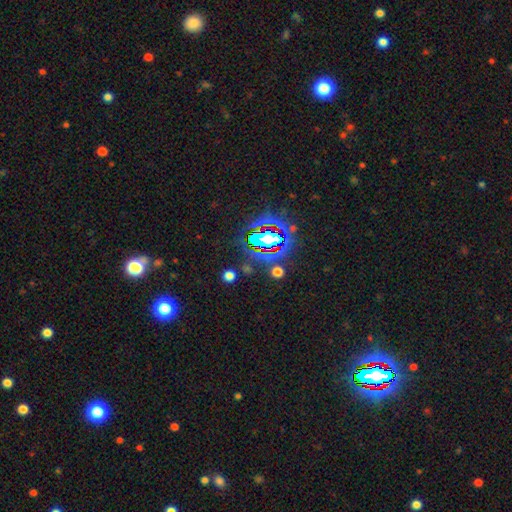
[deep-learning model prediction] Morphology: type=star or artifact (81%).